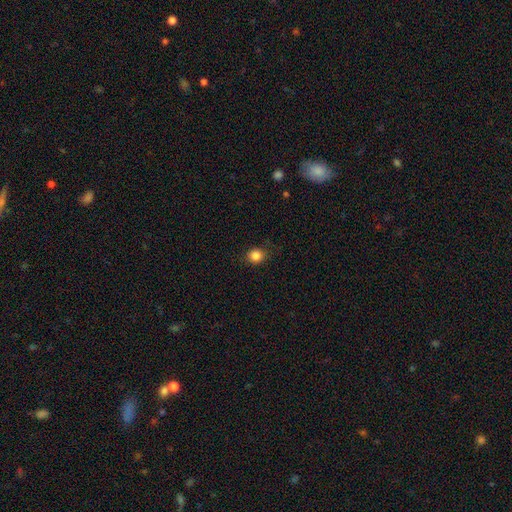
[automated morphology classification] Smooth or featured? Predicted: smooth (p=0.85). How rounded? Predicted: round (p=0.80). Merging? Predicted: none (p=0.87).